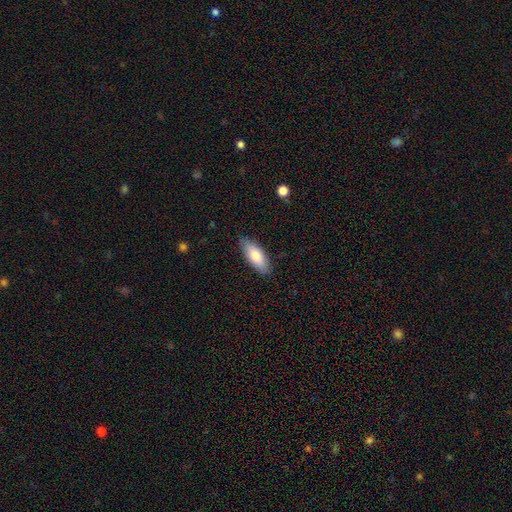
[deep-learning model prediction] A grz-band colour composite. It shows a smooth galaxy with no disk features (79%) that is in between round and cigar-shaped (73%). Merging: none (84%).